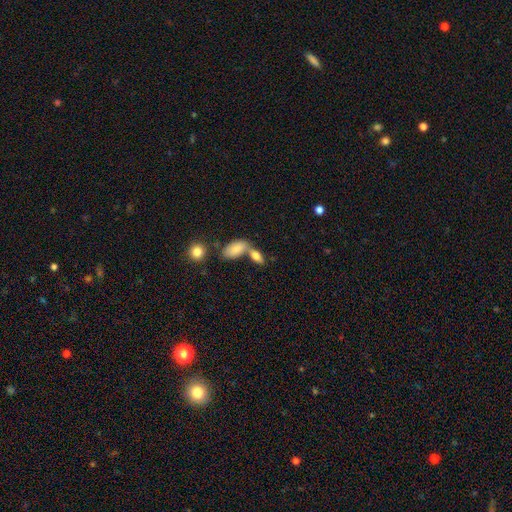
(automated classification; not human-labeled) smooth-or-featured: smooth: 77% | featured or disk: 15% | star or artifact: 8%
  how-rounded: in between: 82% | cigar-shaped: 13% | round: 5%
  merging: merger: 47% | none: 40% | minor disturbance: 9% | major disturbance: 4%